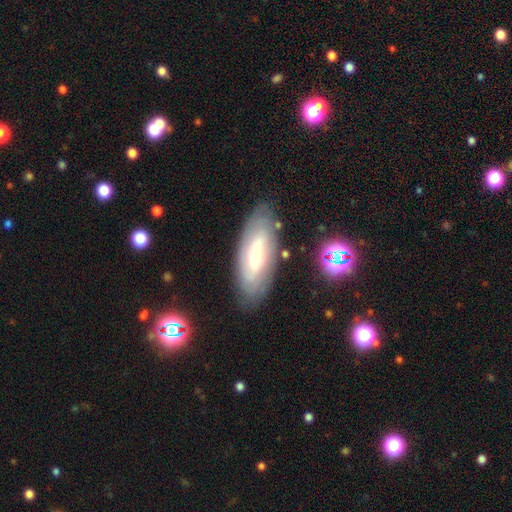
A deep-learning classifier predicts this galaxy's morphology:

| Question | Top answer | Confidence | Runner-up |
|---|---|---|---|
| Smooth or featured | featured or disk | 54% | smooth (38%) |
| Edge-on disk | no | 80% | yes (20%) |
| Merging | none | 79% | minor disturbance (14%) |